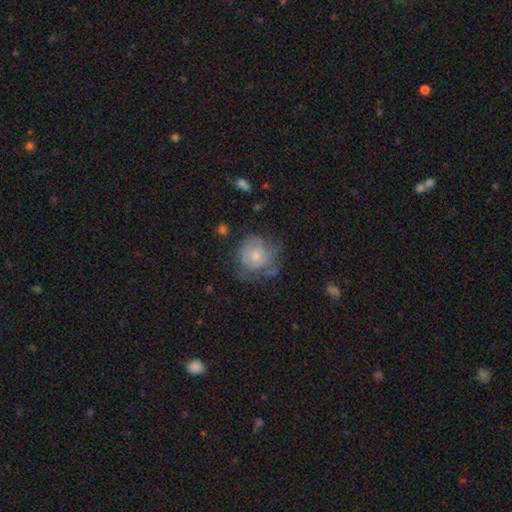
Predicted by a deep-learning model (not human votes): Morphology: type=smooth (55%); roundness=round (80%); merging=none (48%).